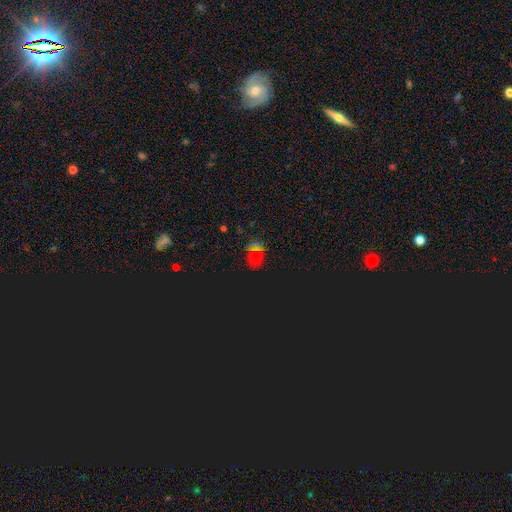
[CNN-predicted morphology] This appears to be a star or artifact, not a galaxy (55%).